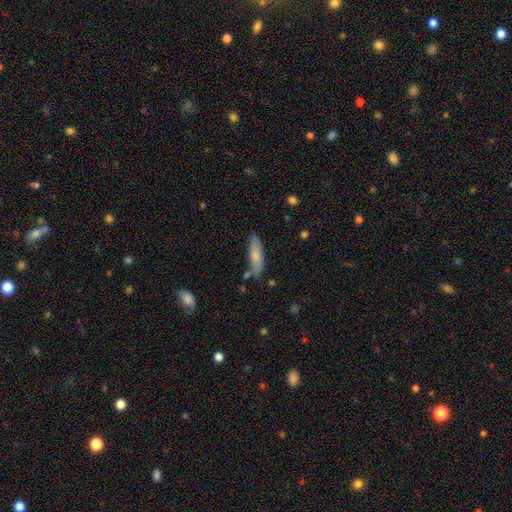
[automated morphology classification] smooth-or-featured: smooth: 73% | featured or disk: 21% | star or artifact: 6%
  how-rounded: cigar-shaped: 55% | in between: 43% | round: 2%
  merging: none: 77% | minor disturbance: 16% | merger: 5% | major disturbance: 3%